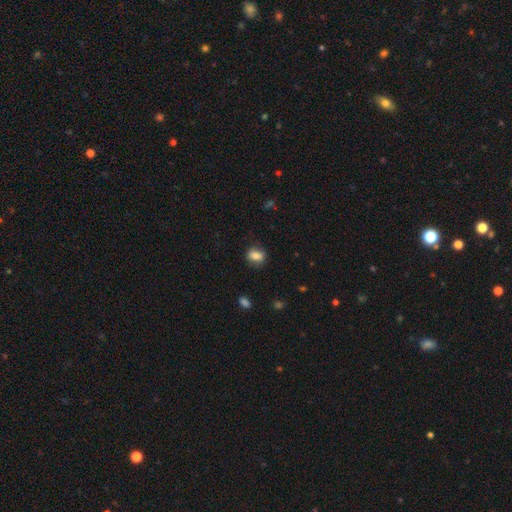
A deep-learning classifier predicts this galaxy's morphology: Overall: smooth (80%). How rounded: in between (66%; round 31%). Merging: none (79%).